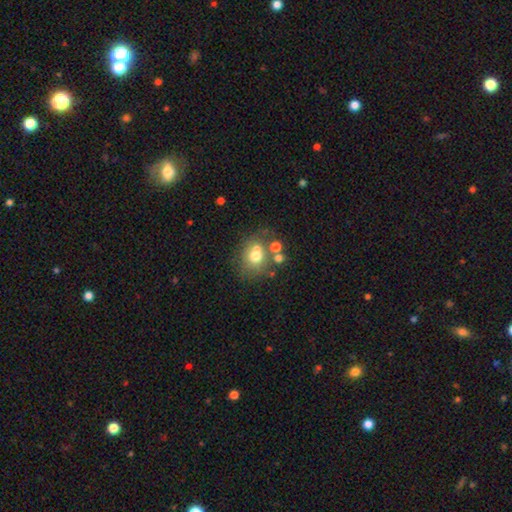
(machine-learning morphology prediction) Q: Smooth or featured?
A: smooth (63%); runner-up: featured or disk (23%)
Q: How rounded?
A: round (72%); runner-up: in between (27%)
Q: Merging?
A: none (51%); runner-up: merger (30%)